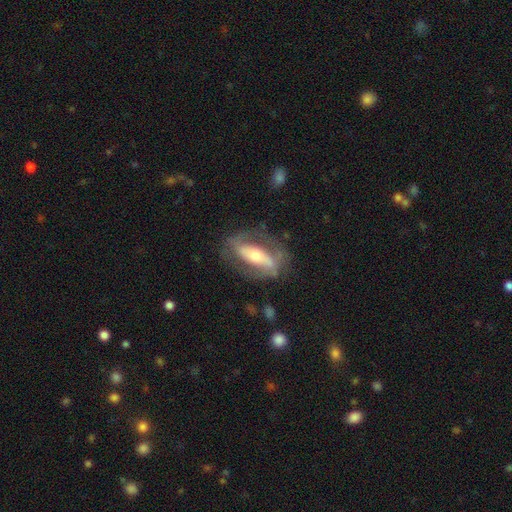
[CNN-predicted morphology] A featured or disk galaxy (70%) with a strong bar (58%), spiral arms (61%) and a moderate central bulge (59%).

Vote fractions:
- Smooth or featured? featured or disk: 70% / smooth: 24% / star or artifact: 6%
- Edge-on disk? no: 78% / yes: 22%
- Bar? strong: 58% / no: 23% / weak: 18%
- Spiral arms? yes: 61% / no: 39%
- Bulge size? moderate: 59% / small: 29% / large: 9% / dominant: 2% / none: 1%
- Merging? none: 69% / minor disturbance: 17% / major disturbance: 11% / merger: 2%